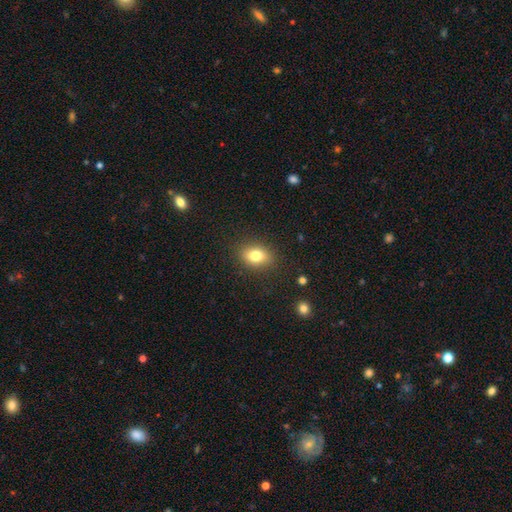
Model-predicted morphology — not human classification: Q: Smooth or featured?
A: smooth (79%); runner-up: featured or disk (11%)
Q: How rounded?
A: in between (72%); runner-up: round (26%)
Q: Merging?
A: none (86%); runner-up: minor disturbance (10%)